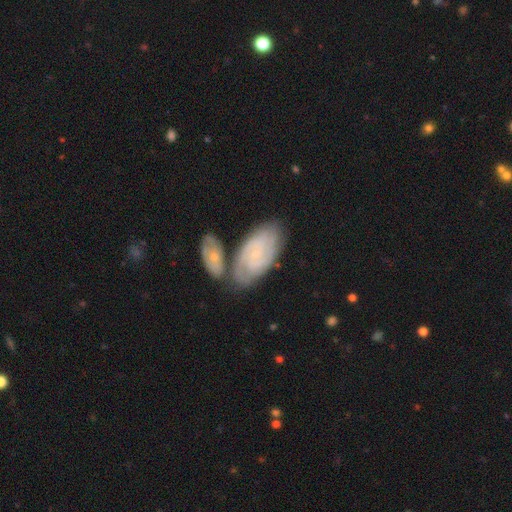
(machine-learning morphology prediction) featured or disk 77%, smooth 17%, star or artifact 6%. Down the decision tree: edge-on disk — no (95%); bar — no (62%); spiral arms — yes (94%); spiral arm count — 2 (45%); spiral winding — tight (67%); bulge size — small (81%); merging — none (52%).